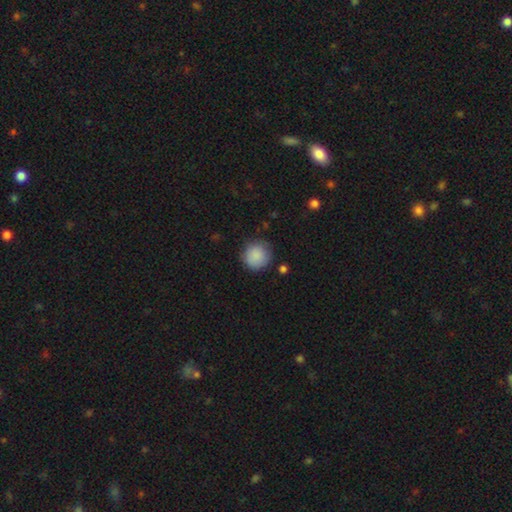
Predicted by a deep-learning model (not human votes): Smooth or featured: smooth — 88% (star or artifact — 7%)
How rounded: round — 92% (in between — 7%)
Merging: none — 81% (minor disturbance — 14%)